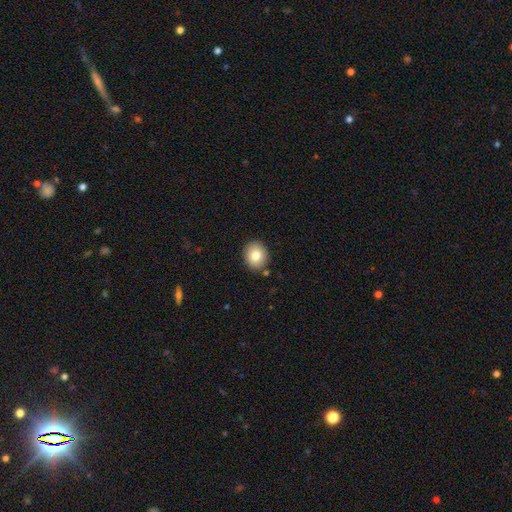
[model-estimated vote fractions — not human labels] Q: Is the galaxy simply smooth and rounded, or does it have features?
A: smooth — 82%.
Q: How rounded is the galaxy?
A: round — 68%.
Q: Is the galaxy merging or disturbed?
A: none — 87%.